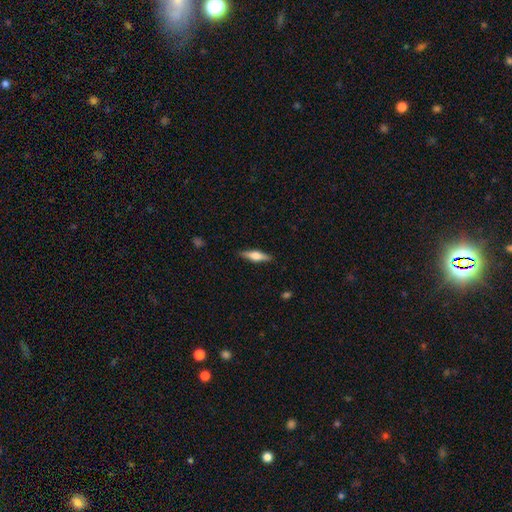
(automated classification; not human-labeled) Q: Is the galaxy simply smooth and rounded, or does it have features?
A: featured or disk — 48%.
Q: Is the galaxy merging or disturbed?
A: none — 88%.